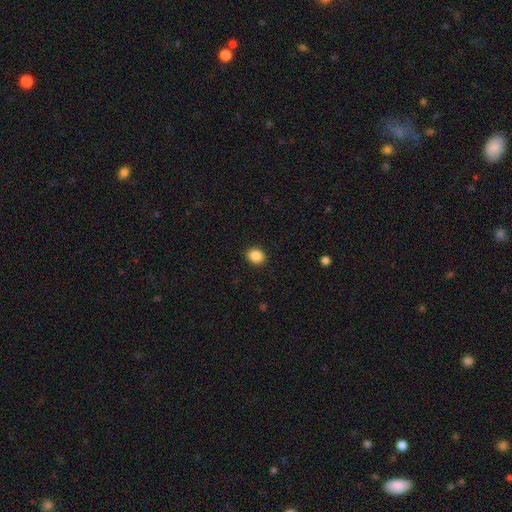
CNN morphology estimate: This is clearly a smooth galaxy (88%). How rounded: possibly round (58%). Merging: clearly none (91%).